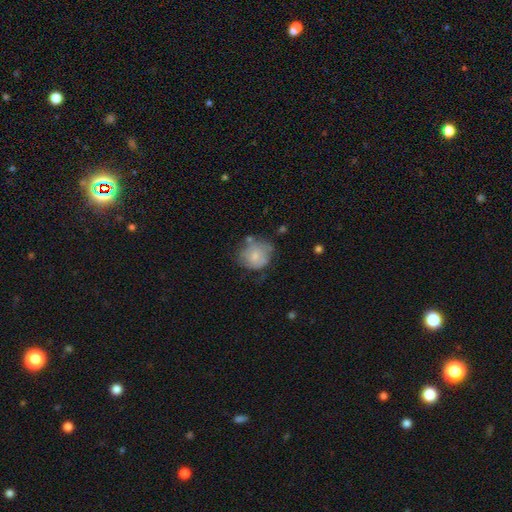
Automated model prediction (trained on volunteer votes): smooth-or-featured: smooth: 69% | featured or disk: 23% | star or artifact: 8%
  how-rounded: round: 77% | in between: 22% | cigar-shaped: 1%
  merging: none: 51% | minor disturbance: 31% | major disturbance: 11% | merger: 7%